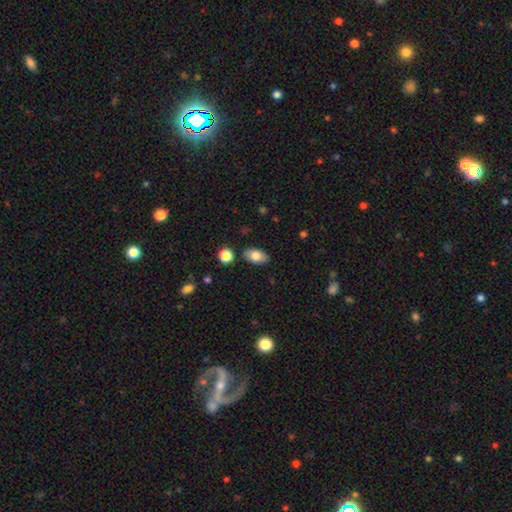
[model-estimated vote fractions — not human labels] smooth_or_featured: smooth (p=0.78) [alt: featured or disk p=0.15]
how_rounded: in between (p=0.92) [alt: round p=0.07]
merging: none (p=0.86) [alt: minor disturbance p=0.10]